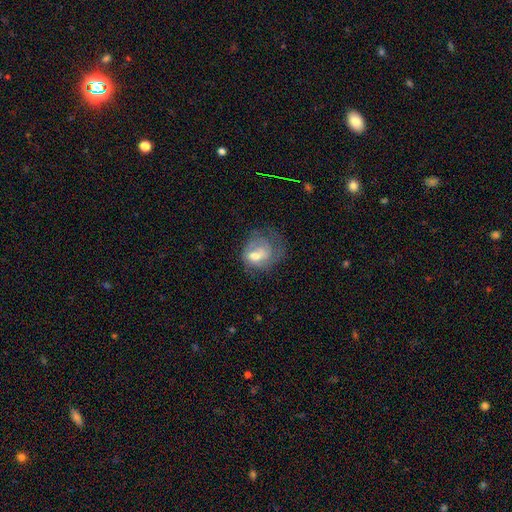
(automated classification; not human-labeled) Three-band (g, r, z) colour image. It shows a featured or disk galaxy (57%) with no bar (51%), spiral arms (73%) and a moderate central bulge (62%). Merging: none (40%).